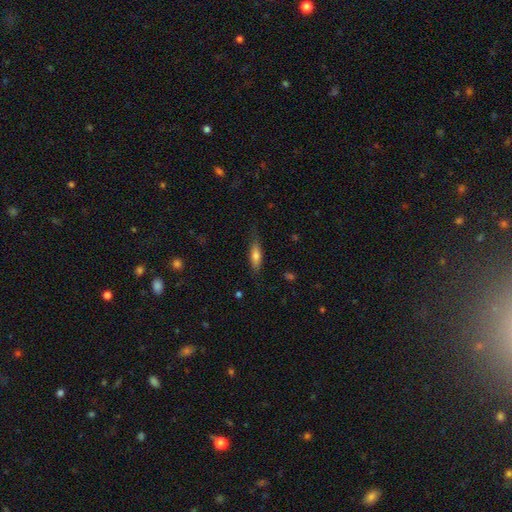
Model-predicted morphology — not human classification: Smooth or featured: smooth — 70% (featured or disk — 23%)
How rounded: cigar-shaped — 57% (in between — 41%)
Merging: none — 75% (minor disturbance — 19%)